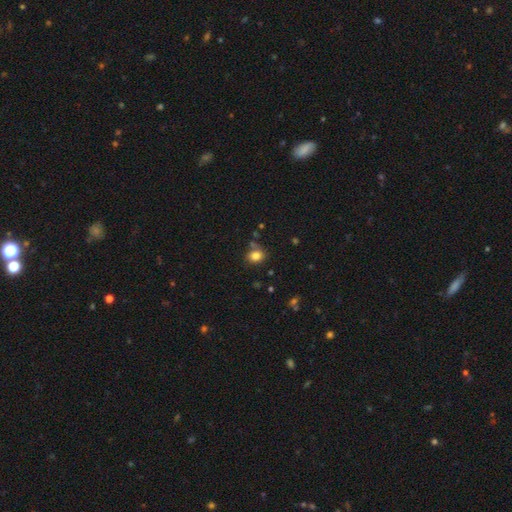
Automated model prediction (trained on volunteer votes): A smooth galaxy with no disk features (82%) that is round (57%).

Vote fractions:
- Smooth or featured? smooth: 82% / star or artifact: 12% / featured or disk: 7%
- How rounded? round: 57% / in between: 42% / cigar-shaped: 1%
- Merging? none: 72% / minor disturbance: 15% / merger: 8% / major disturbance: 4%